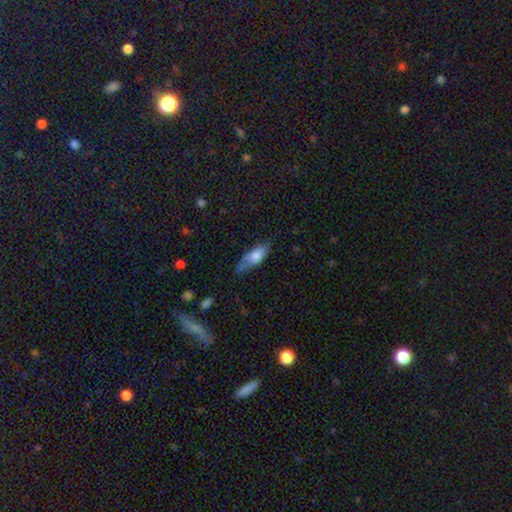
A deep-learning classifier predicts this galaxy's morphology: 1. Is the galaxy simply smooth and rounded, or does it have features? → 69% smooth, 24% featured or disk, 7% star or artifact.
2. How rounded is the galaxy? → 67% in between, 30% cigar-shaped, 2% round.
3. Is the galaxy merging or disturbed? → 51% none, 34% minor disturbance, 12% major disturbance, 3% merger.